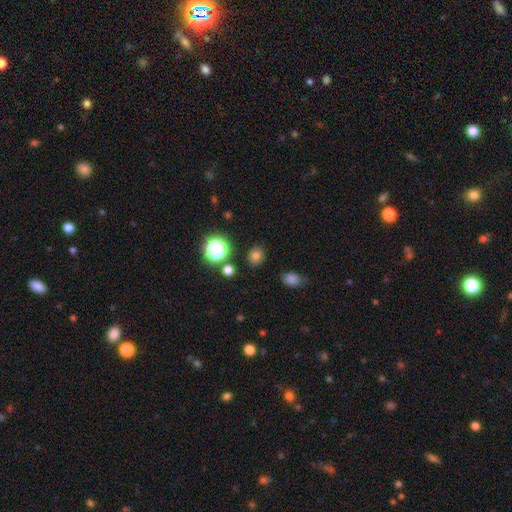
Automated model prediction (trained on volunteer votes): A smooth galaxy with no disk features (75%) that is round (69%).

Vote fractions:
- Smooth or featured? smooth: 75% / star or artifact: 19% / featured or disk: 6%
- How rounded? round: 69% / in between: 30% / cigar-shaped: 1%
- Merging? none: 85% / minor disturbance: 9% / merger: 3% / major disturbance: 3%